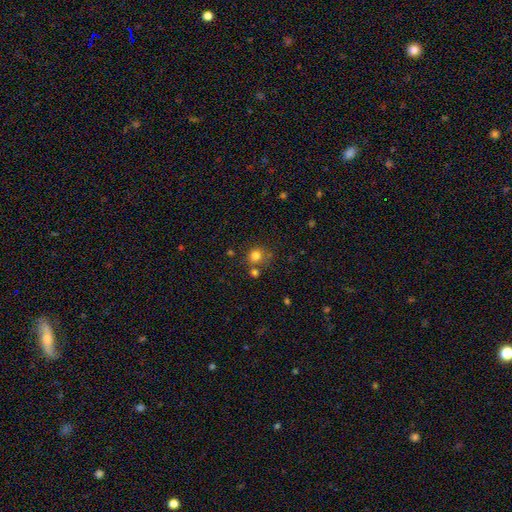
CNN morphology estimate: type=smooth (78%); roundness=round (87%); merging=none (63%).